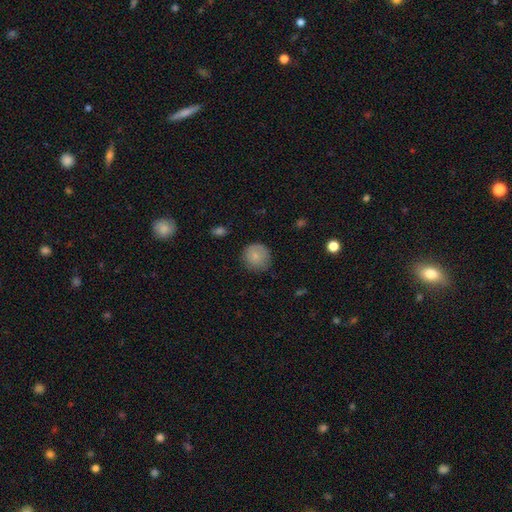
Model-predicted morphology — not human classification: This is clearly a smooth galaxy (81%). How rounded: clearly round (90%). Merging: likely none (75%).